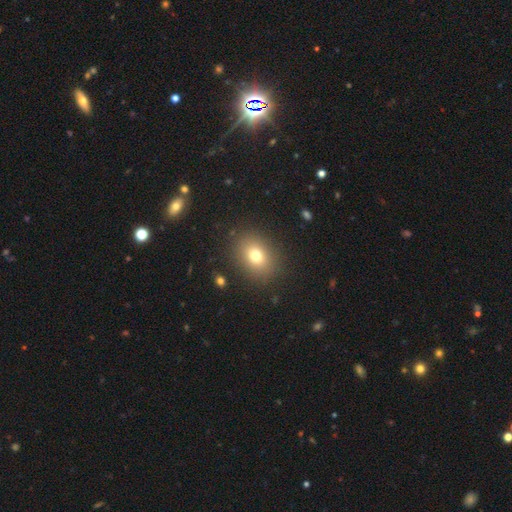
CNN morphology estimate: Smooth or featured?
  - smooth: 76% *
  - star or artifact: 13%
  - featured or disk: 11%
How rounded?
  - in between: 55% *
  - round: 44%
  - cigar-shaped: 1%
Merging?
  - none: 88% *
  - minor disturbance: 8%
  - major disturbance: 3%
  - merger: 1%